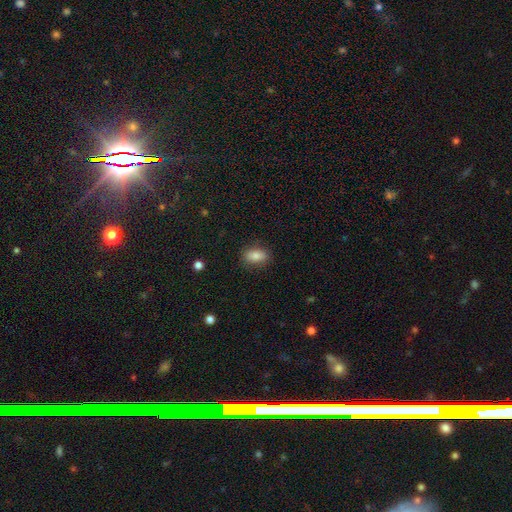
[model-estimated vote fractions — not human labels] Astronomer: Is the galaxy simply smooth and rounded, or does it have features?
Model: smooth — 82%.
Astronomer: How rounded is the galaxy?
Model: in between — 87%.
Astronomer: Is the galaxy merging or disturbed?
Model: none — 84%.